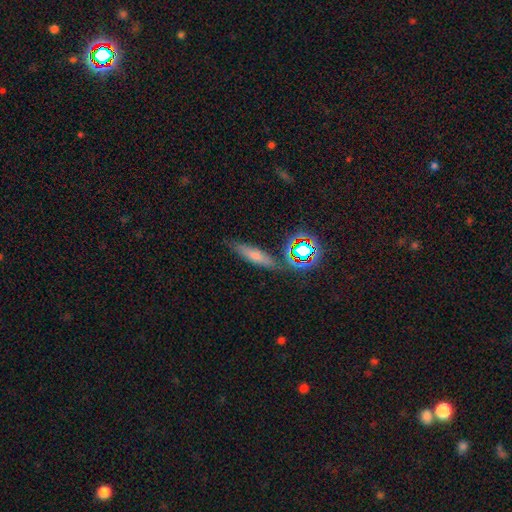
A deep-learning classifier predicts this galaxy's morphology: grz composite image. It shows a smooth galaxy with no disk features (44%). Merging: none (80%).